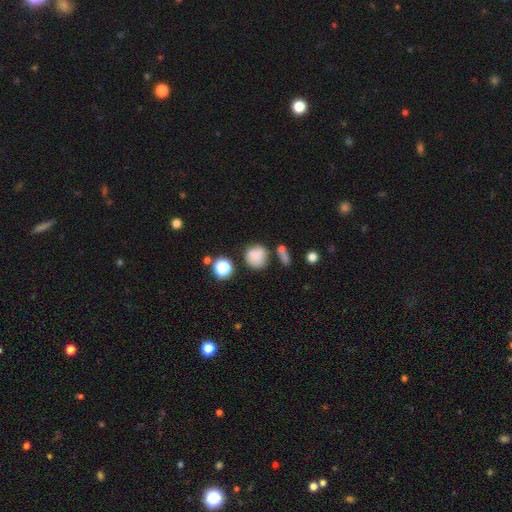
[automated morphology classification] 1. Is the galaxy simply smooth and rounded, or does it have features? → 80% smooth, 12% star or artifact, 8% featured or disk.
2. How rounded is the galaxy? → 77% round, 21% in between, 1% cigar-shaped.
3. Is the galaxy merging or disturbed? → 56% none, 21% minor disturbance, 15% merger, 9% major disturbance.